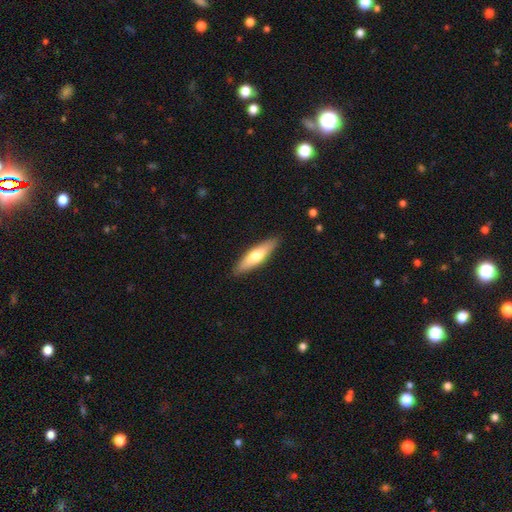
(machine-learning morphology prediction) smooth-or-featured: smooth: 61% | featured or disk: 34% | star or artifact: 5%
  how-rounded: cigar-shaped: 70% | in between: 28% | round: 2%
  merging: none: 89% | minor disturbance: 9% | major disturbance: 2% | merger: 1%